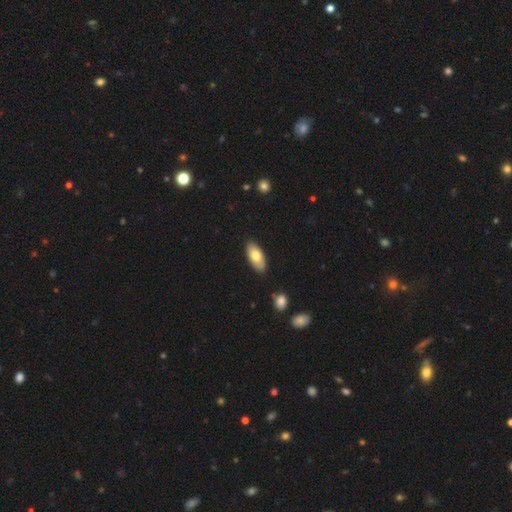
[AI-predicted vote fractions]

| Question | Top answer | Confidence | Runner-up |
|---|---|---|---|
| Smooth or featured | smooth | 75% | featured or disk (19%) |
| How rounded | in between | 91% | cigar-shaped (7%) |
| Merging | none | 86% | minor disturbance (11%) |